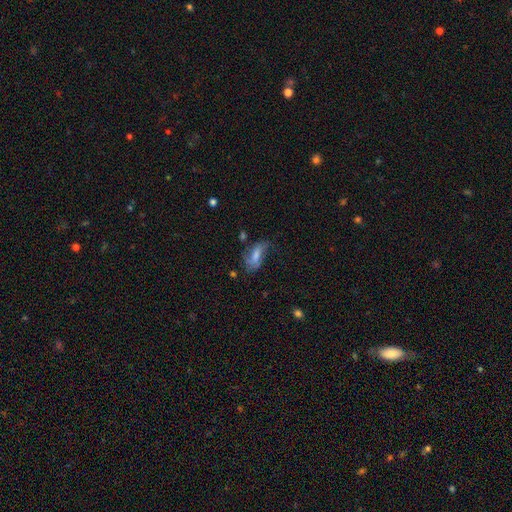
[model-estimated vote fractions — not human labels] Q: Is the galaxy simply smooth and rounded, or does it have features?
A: smooth — 52%.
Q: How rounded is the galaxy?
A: in between — 83%.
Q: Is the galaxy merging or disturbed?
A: none — 37%.